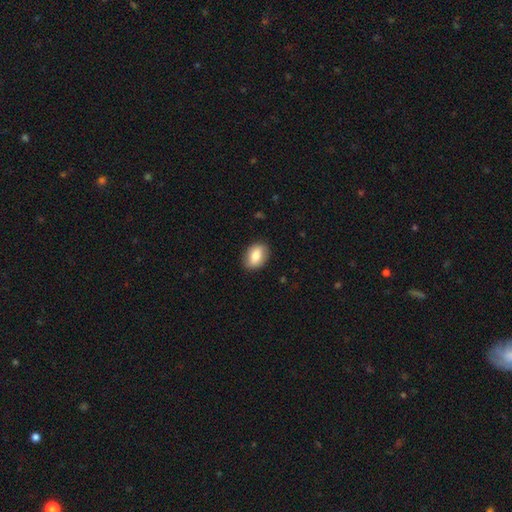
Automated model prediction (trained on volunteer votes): Smooth or featured?
  - smooth: 76% *
  - featured or disk: 17%
  - star or artifact: 7%
How rounded?
  - in between: 76% *
  - round: 22%
  - cigar-shaped: 2%
Merging?
  - none: 87% *
  - minor disturbance: 10%
  - major disturbance: 2%
  - merger: 1%